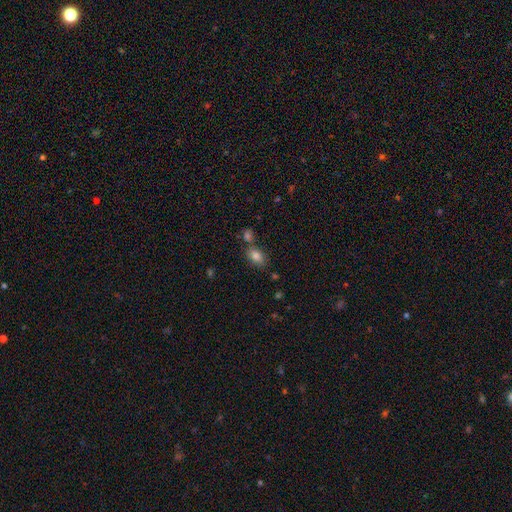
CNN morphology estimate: Smooth or featured? Predicted: smooth (p=0.83). How rounded? Predicted: in between (p=0.86). Merging? Predicted: none (p=0.64).